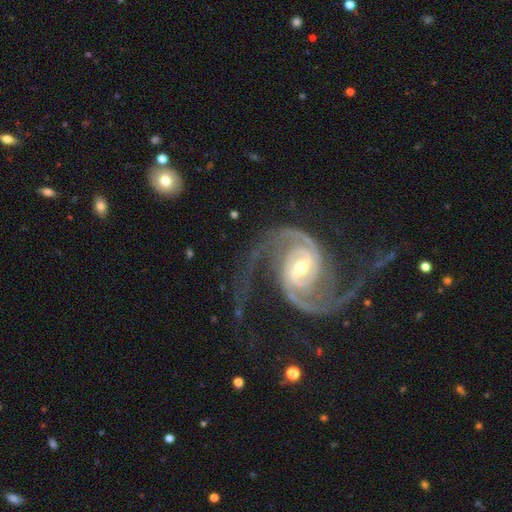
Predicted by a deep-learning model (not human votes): Smooth or featured: featured or disk — 94% (star or artifact — 4%)
Edge-on disk: no — 98% (yes — 2%)
Bar: weak — 40% (strong — 34%)
Spiral arms: yes — 99% (no — 1%)
Spiral winding: medium — 61% (loose — 24%)
Spiral arm count: 2 — 94% (3 — 2%)
Bulge size: small — 50% (moderate — 42%)
Merging: none — 75% (minor disturbance — 13%)